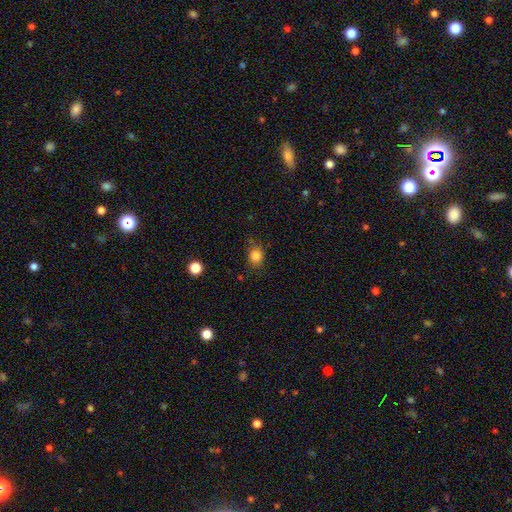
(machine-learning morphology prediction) Smooth or featured?
  - smooth: 84% *
  - star or artifact: 11%
  - featured or disk: 5%
How rounded?
  - round: 63% *
  - in between: 36%
  - cigar-shaped: 1%
Merging?
  - none: 72% *
  - minor disturbance: 21%
  - major disturbance: 6%
  - merger: 2%